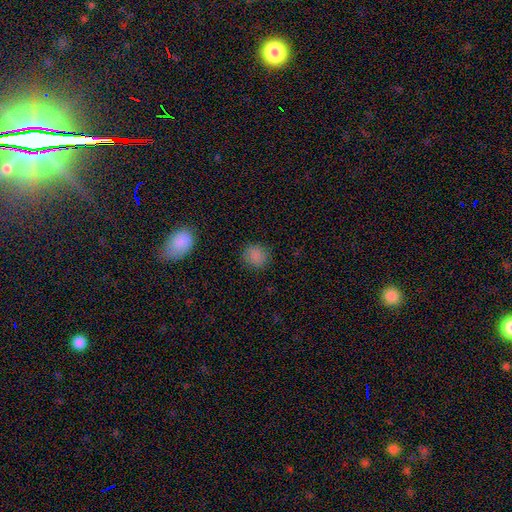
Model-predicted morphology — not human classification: smooth 85%, star or artifact 12%, featured or disk 4%. Down the decision tree: how rounded — round (85%); merging — none (88%).